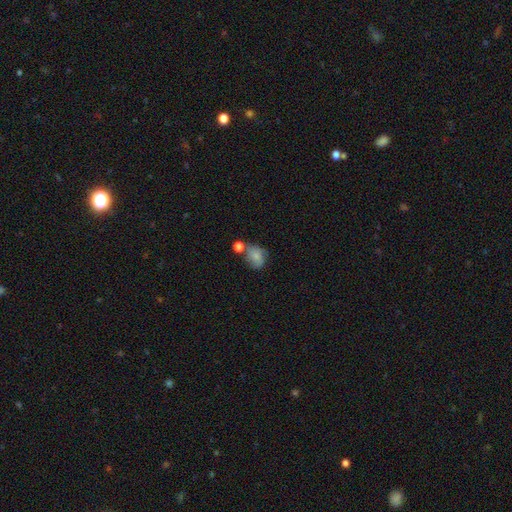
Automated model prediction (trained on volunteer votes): A smooth galaxy with no disk features (72%) that is in between round and cigar-shaped (51%). Merging: none (43%).